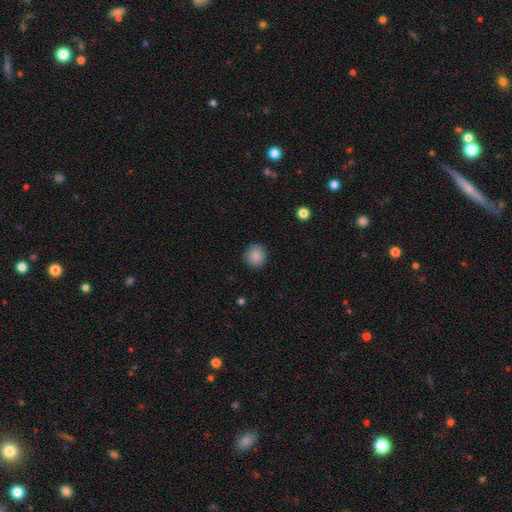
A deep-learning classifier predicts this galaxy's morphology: Smooth or featured: smooth — 88% (star or artifact — 8%)
How rounded: round — 92% (in between — 7%)
Merging: none — 89% (minor disturbance — 8%)